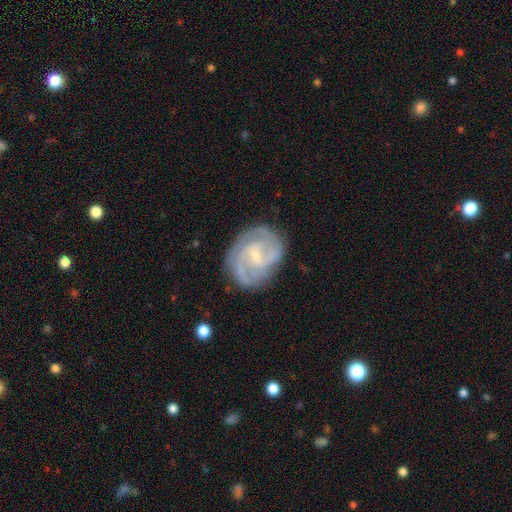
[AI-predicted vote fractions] featured or disk 87%, smooth 8%, star or artifact 5%. Down the decision tree: edge-on disk — no (98%); bar — weak (53%); spiral arms — yes (97%); spiral arm count — 2 (45%); spiral winding — tight (46%); bulge size — small (71%); merging — none (77%).